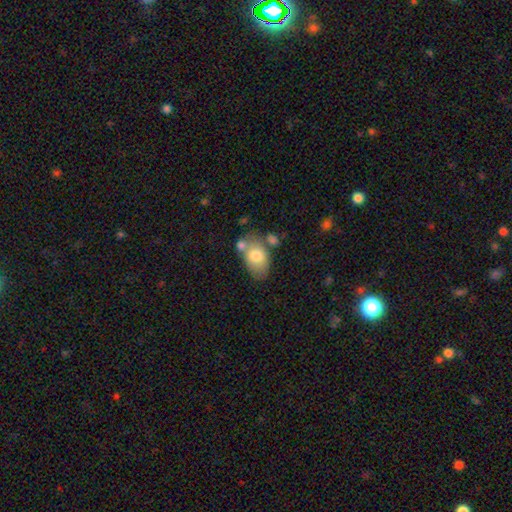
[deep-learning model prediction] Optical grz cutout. It shows a smooth galaxy with no disk features (74%) that is in between round and cigar-shaped (88%). Merging: none (48%).